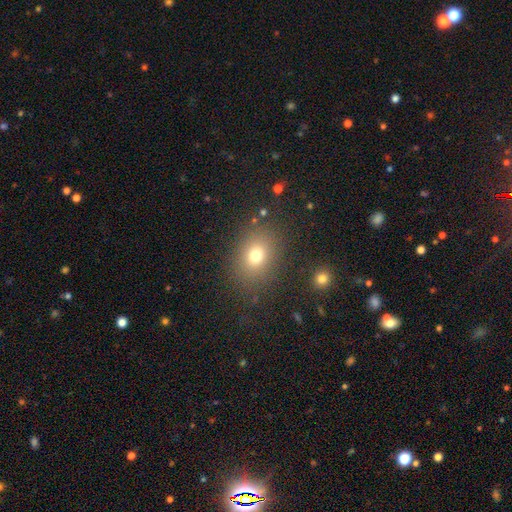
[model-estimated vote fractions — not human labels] A smooth galaxy with no disk features (73%) that is in between round and cigar-shaped (53%).

Vote fractions:
- Smooth or featured? smooth: 73% / star or artifact: 16% / featured or disk: 11%
- How rounded? in between: 53% / round: 46% / cigar-shaped: 1%
- Merging? none: 83% / minor disturbance: 10% / major disturbance: 5% / merger: 2%